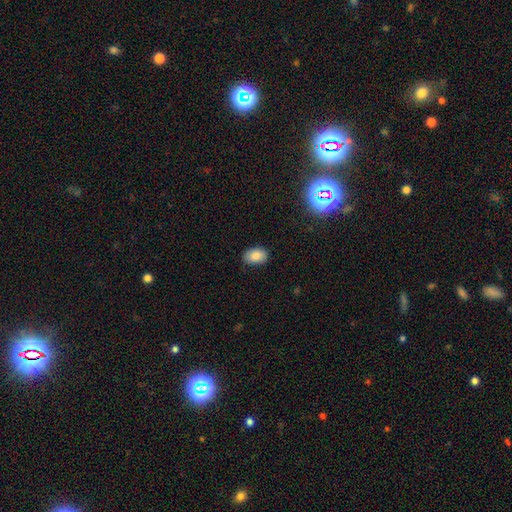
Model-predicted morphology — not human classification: This is clearly a smooth galaxy (83%). How rounded: clearly in between (85%). Merging: clearly none (84%).